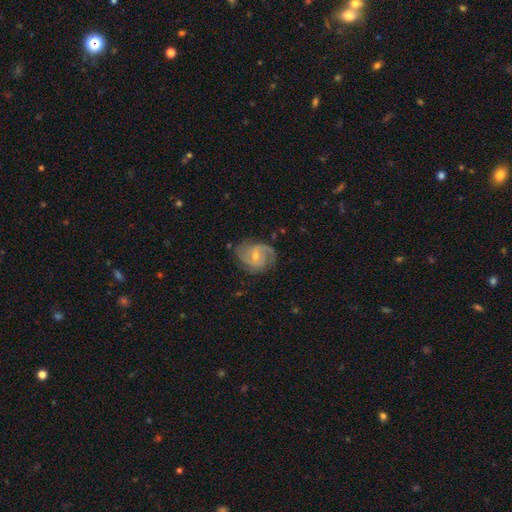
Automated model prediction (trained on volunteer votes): This appears to be a featured or disk galaxy (85%) with a weak bar (49%), 2 (62%) medium (50%) spiral arms (97%) and a small central bulge (56%). Merging: none (73%).